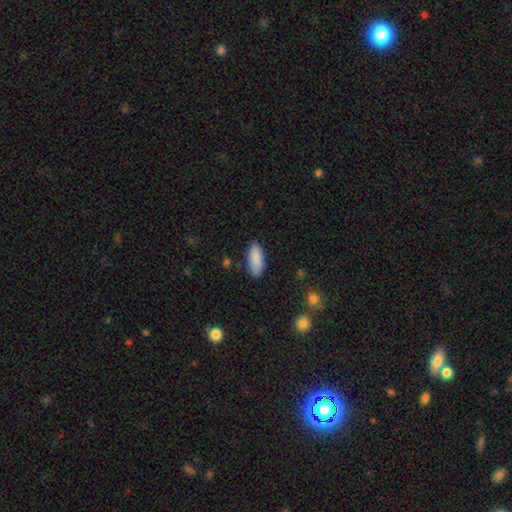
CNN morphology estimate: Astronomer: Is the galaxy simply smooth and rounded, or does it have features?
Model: smooth — 89%.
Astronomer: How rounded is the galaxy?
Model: in between — 84%.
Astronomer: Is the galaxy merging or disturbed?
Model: none — 86%.